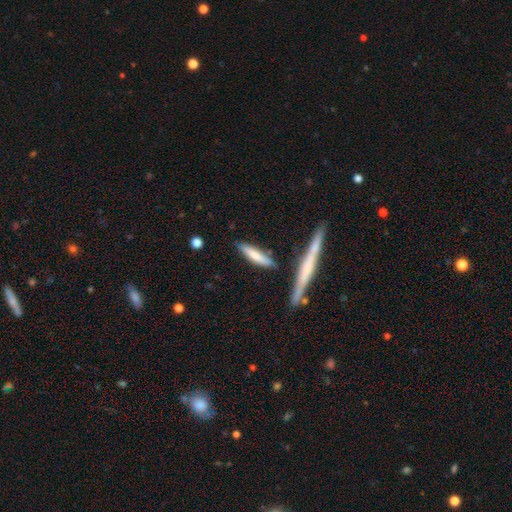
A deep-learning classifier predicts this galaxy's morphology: Smooth or featured? smooth (70%)
How rounded? cigar-shaped (81%)
Merging? none (74%)